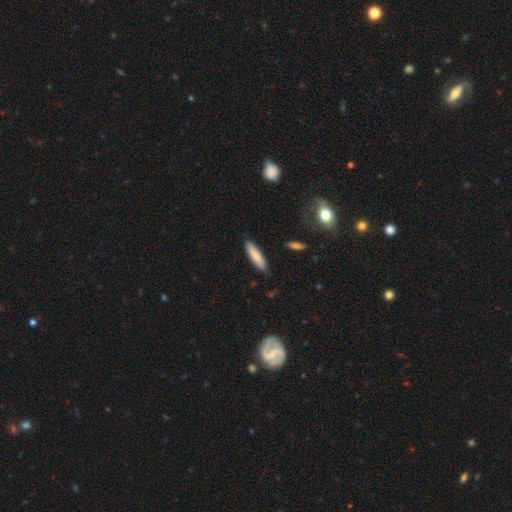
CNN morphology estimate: Smooth or featured? Predicted: smooth (p=0.79). How rounded? Predicted: cigar-shaped (p=0.71). Merging? Predicted: none (p=0.87).